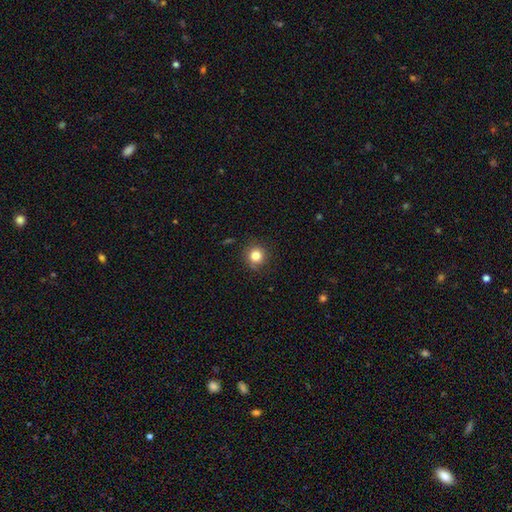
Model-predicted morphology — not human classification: smooth_or_featured: smooth (p=0.82) [alt: star or artifact p=0.12]
how_rounded: round (p=0.92) [alt: in between p=0.07]
merging: none (p=0.87) [alt: minor disturbance p=0.09]